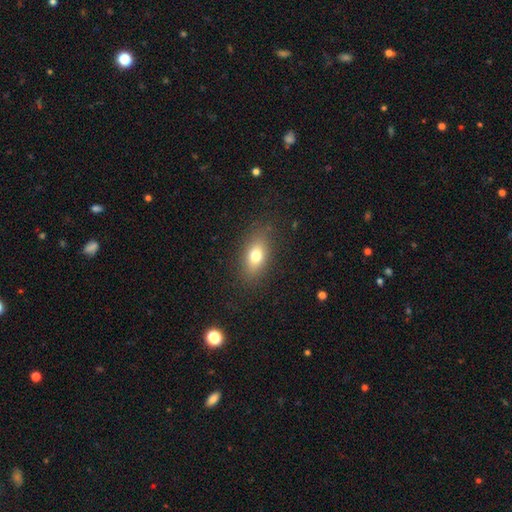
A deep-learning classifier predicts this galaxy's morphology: A smooth galaxy with no disk features (75%) that is in between round and cigar-shaped (81%).

Vote fractions:
- Smooth or featured? smooth: 75% / featured or disk: 15% / star or artifact: 10%
- How rounded? in between: 81% / round: 11% / cigar-shaped: 8%
- Merging? none: 84% / minor disturbance: 11% / major disturbance: 4% / merger: 1%